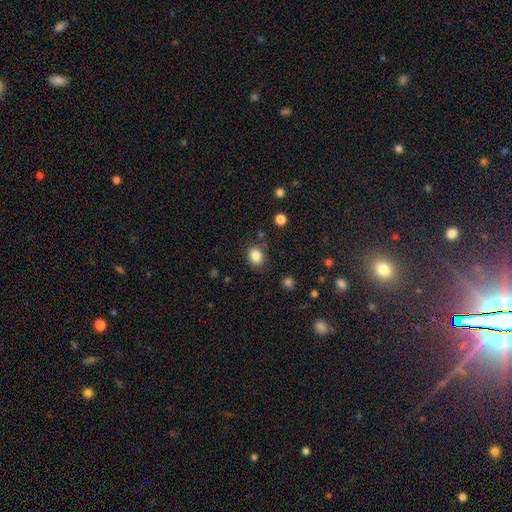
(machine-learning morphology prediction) The model was most divided on "how rounded": in between: 54%, round: 45%, cigar-shaped: 1%. More confident: smooth or featured — smooth (84%); merging — none (79%).